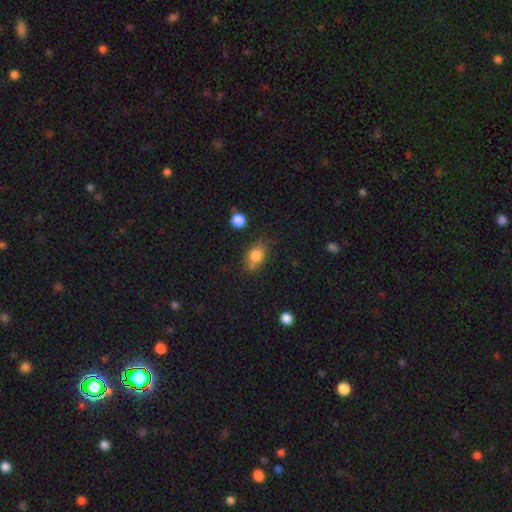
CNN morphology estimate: Smooth or featured? Predicted: smooth (p=0.80). How rounded? Predicted: in between (p=0.76). Merging? Predicted: none (p=0.67).